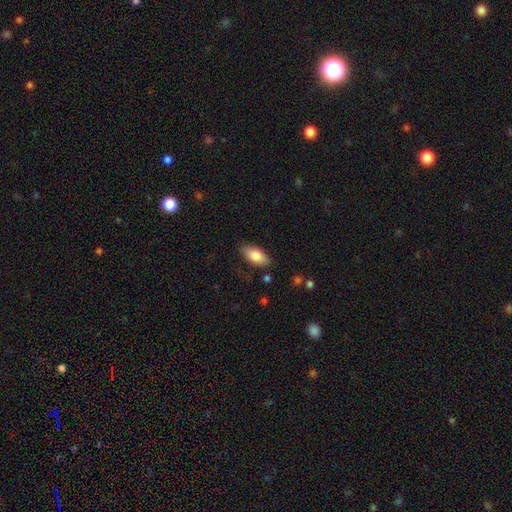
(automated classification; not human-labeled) smooth_or_featured: smooth (p=0.84) [alt: featured or disk p=0.09]
how_rounded: in between (p=0.91) [alt: cigar-shaped p=0.06]
merging: none (p=0.84) [alt: minor disturbance p=0.12]